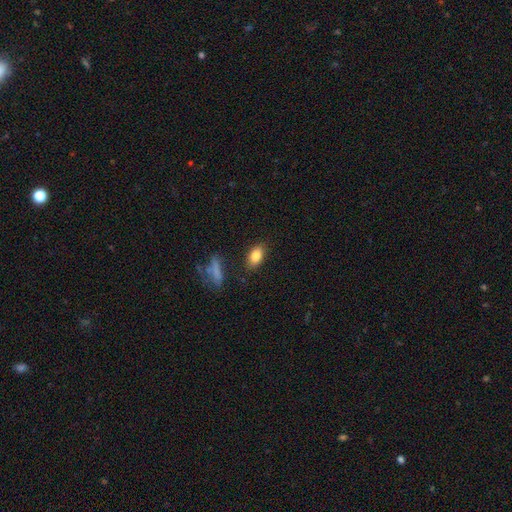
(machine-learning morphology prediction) Overall: smooth (83%). How rounded: in between (88%). Merging: none (84%).